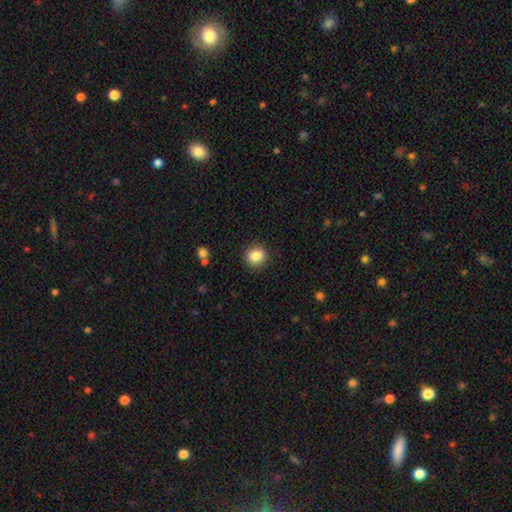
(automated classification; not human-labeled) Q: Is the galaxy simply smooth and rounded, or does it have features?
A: smooth — 86%.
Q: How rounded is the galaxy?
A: round — 82%.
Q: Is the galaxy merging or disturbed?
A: none — 88%.